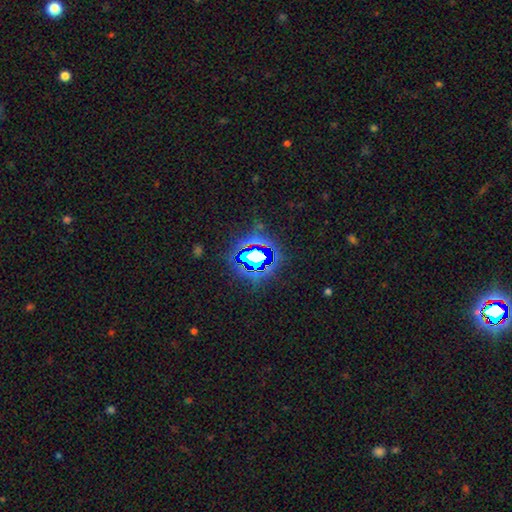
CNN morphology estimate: smooth-or-featured: star or artifact: 74% | smooth: 15% | featured or disk: 11%